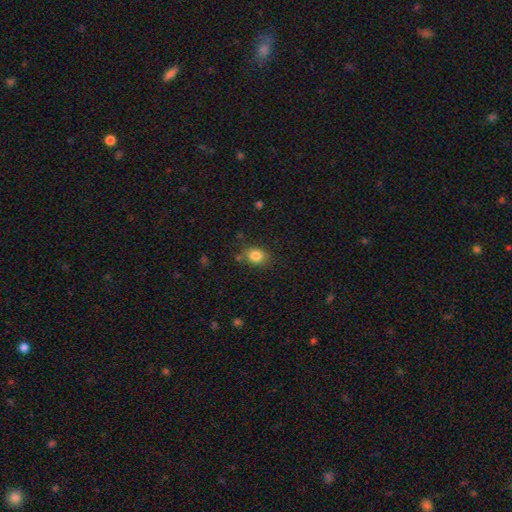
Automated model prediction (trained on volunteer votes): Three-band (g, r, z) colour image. It shows a smooth galaxy with no disk features (84%) that is in between round and cigar-shaped (59%). Merging: none (76%).